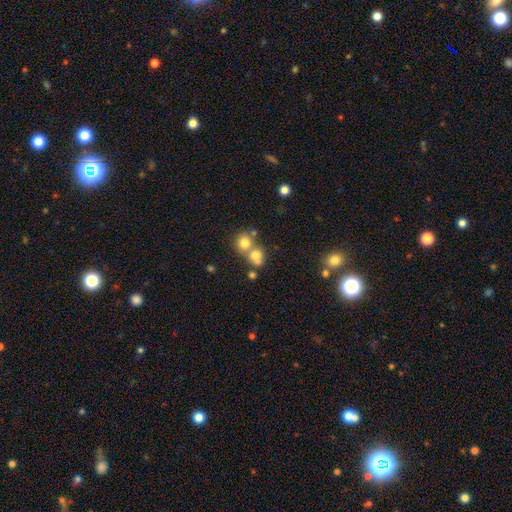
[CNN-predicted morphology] This appears to be a smooth galaxy with no disk features (74%) that is round (77%). Merging: merger (50%).